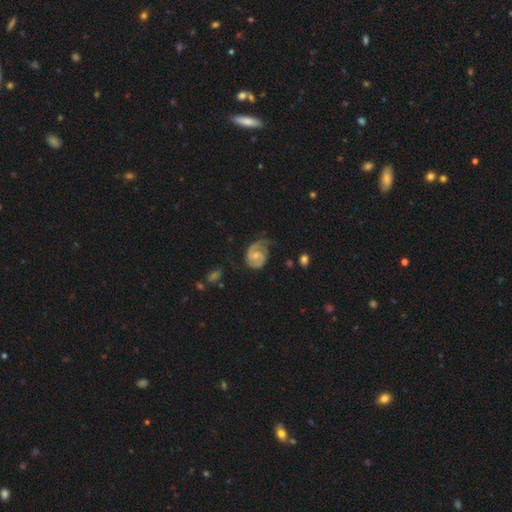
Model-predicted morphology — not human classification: smooth-or-featured: featured or disk: 80% | smooth: 14% | star or artifact: 5%
  disk-edge-on: no: 98% | yes: 2%
    bar: no: 56% | weak: 38% | strong: 6%
    has-spiral-arms: yes: 95% | no: 5%
      spiral-winding: tight: 45% | medium: 41% | loose: 14%
      spiral-arm-count: 2: 69% | 1: 19% | can't tell: 7% | 3: 3% | 4: 1% | more than 4: 1%
    bulge-size: small: 50% | moderate: 41% | none: 6% | large: 2% | dominant: 1%
  merging: none: 53% | minor disturbance: 28% | major disturbance: 17% | merger: 2%